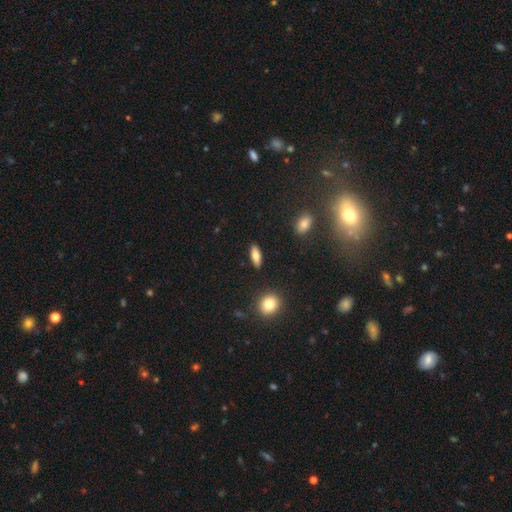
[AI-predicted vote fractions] Smooth or featured?
  - smooth: 76% *
  - featured or disk: 17%
  - star or artifact: 7%
How rounded?
  - in between: 71% *
  - cigar-shaped: 25%
  - round: 4%
Merging?
  - none: 89% *
  - minor disturbance: 7%
  - major disturbance: 2%
  - merger: 2%